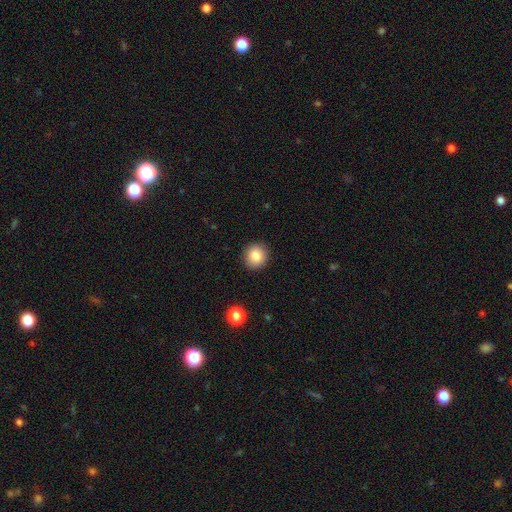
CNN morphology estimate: Smooth or featured: smooth — 85% (star or artifact — 9%)
How rounded: round — 87% (in between — 12%)
Merging: none — 91% (minor disturbance — 6%)